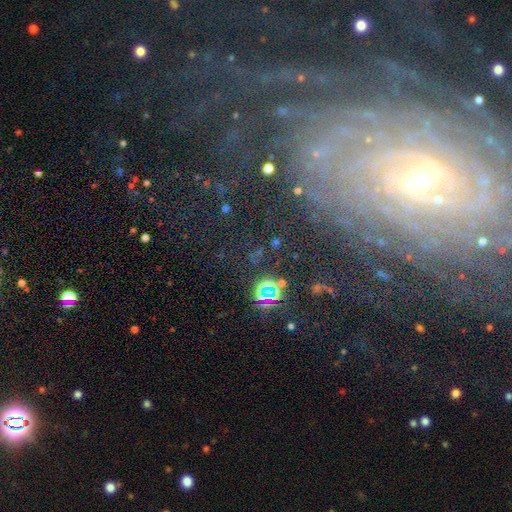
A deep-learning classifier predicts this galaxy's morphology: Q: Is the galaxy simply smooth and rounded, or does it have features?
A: star or artifact — 54%.